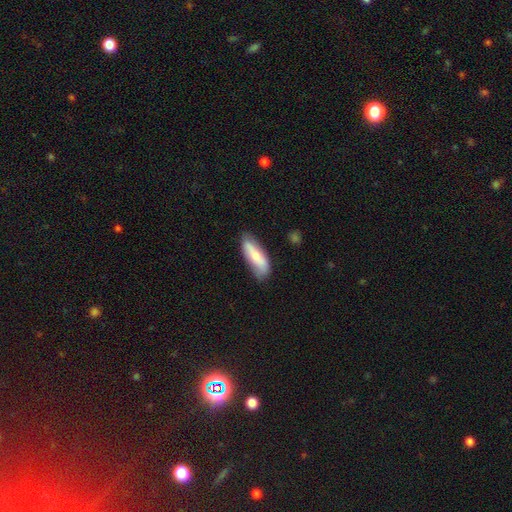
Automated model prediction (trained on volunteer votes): This is likely a smooth galaxy (64%). How rounded: likely in between (61%). Merging: likely none (72%).